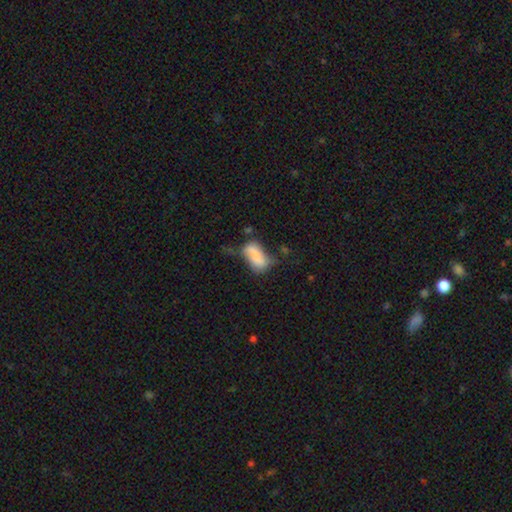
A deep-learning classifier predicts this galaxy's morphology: smooth-or-featured: smooth: 65% | featured or disk: 26% | star or artifact: 9%
  how-rounded: in between: 89% | cigar-shaped: 6% | round: 5%
  merging: major disturbance: 29% (tied) | minor disturbance: 29% (tied) | none: 28% | merger: 14%